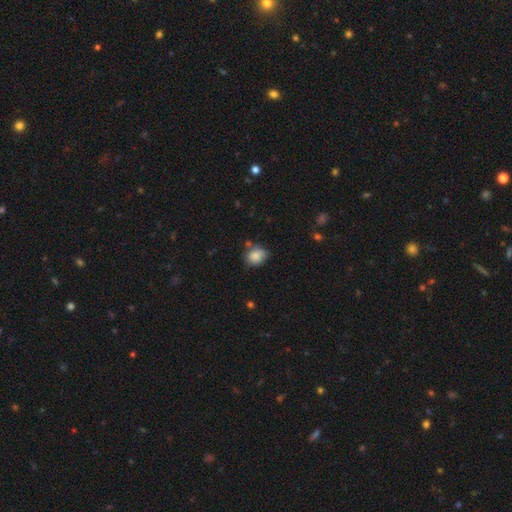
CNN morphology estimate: smooth-or-featured: smooth: 83% | star or artifact: 8% | featured or disk: 8%
  how-rounded: round: 50% | in between: 49% | cigar-shaped: 1%
  merging: none: 60% | minor disturbance: 27% | merger: 7% | major disturbance: 6%